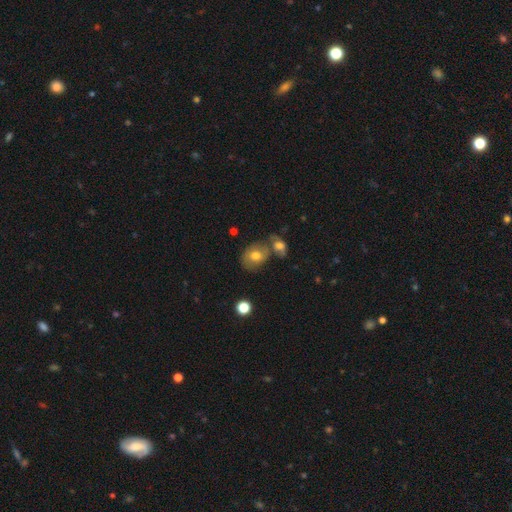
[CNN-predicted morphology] smooth_or_featured: smooth (p=0.66) [alt: featured or disk p=0.25]
how_rounded: in between (p=0.54) [alt: round p=0.45]
merging: none (p=0.50) [alt: merger p=0.28]